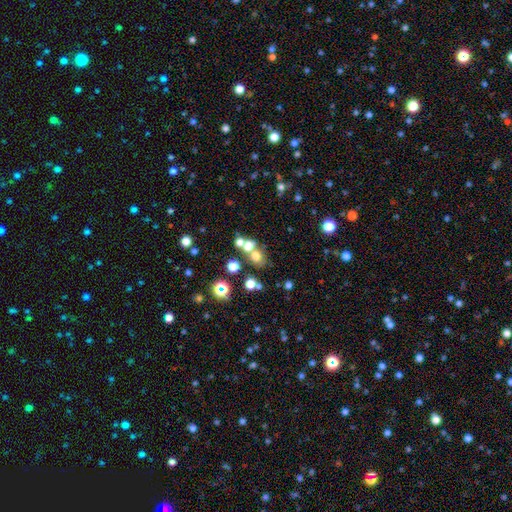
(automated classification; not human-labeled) This appears to be a smooth galaxy with no disk features (62%) that is round (69%). Merging: none (52%).